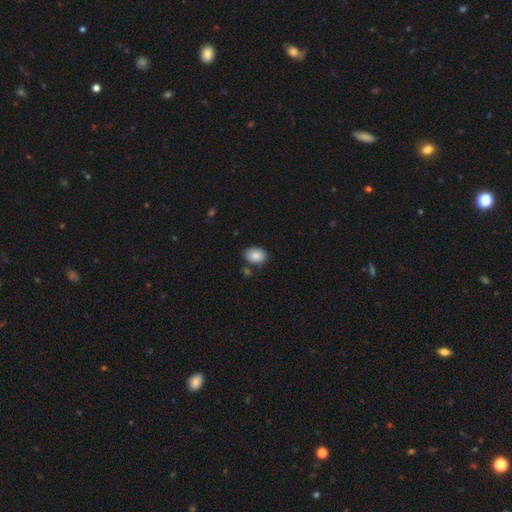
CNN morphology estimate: This is clearly a smooth galaxy (87%). How rounded: likely in between (79%). Merging: likely none (74%).